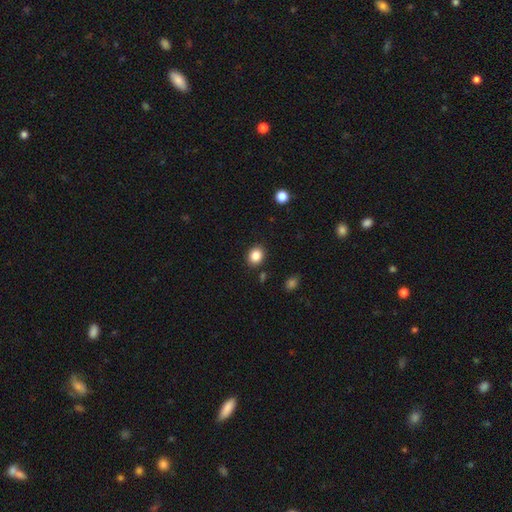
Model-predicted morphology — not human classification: A smooth galaxy with no disk features (86%) that is round (60%). Merging: none (88%).